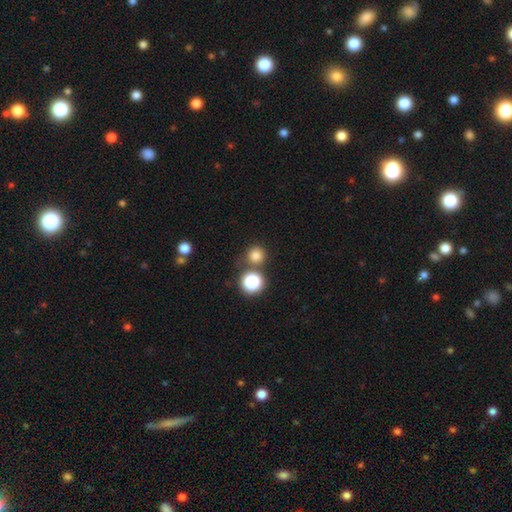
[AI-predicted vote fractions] Smooth or featured? smooth (78%)
How rounded? round (94%)
Merging? none (75%)